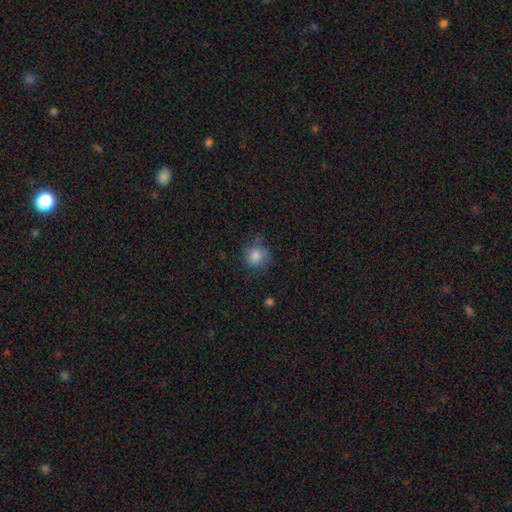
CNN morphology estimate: Overall: smooth (82%). How rounded: round (82%). Merging: none (70%).